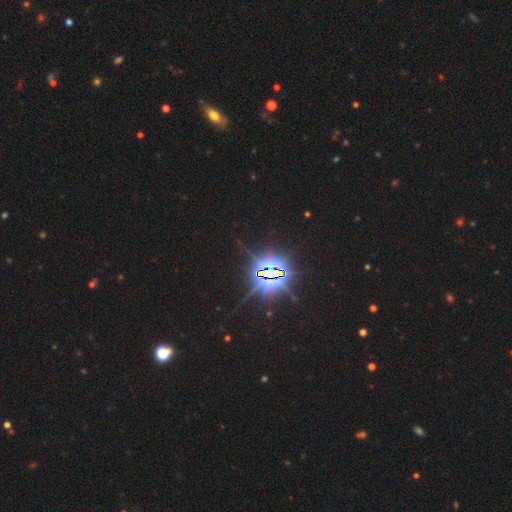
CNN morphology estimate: Smooth or featured: star or artifact — 87% (smooth — 7%)